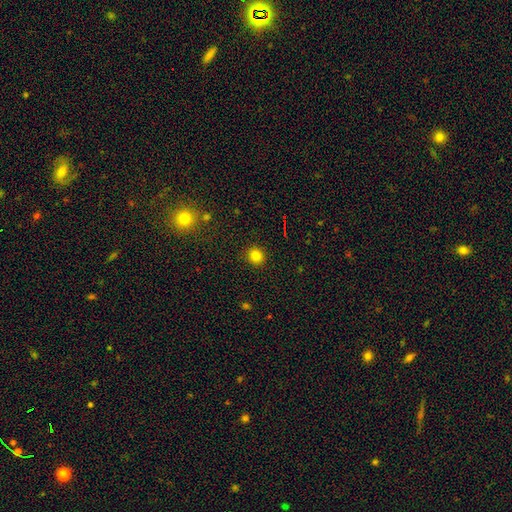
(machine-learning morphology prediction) This appears to be a smooth galaxy with no disk features (81%) that is round (90%). Merging: none (91%).